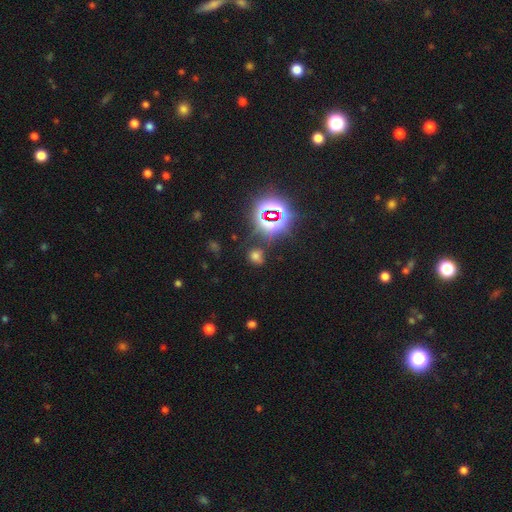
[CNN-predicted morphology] smooth 51%, star or artifact 42%, featured or disk 8%. Down the decision tree: how rounded — round (61%); merging — none (74%).